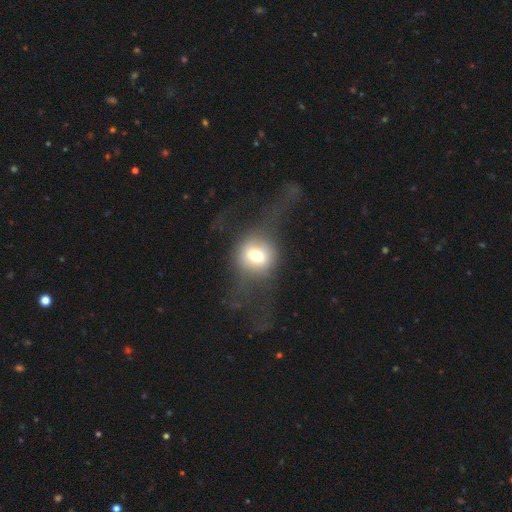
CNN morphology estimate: smooth 54%, featured or disk 34%, star or artifact 12%. Down the decision tree: how rounded — round (79%); merging — none (46%).